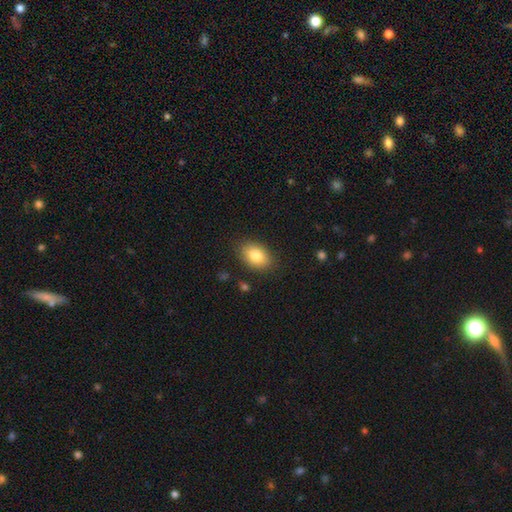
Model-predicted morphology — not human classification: This appears to be a smooth galaxy with no disk features (83%) that is in between round and cigar-shaped (87%). Merging: none (86%).